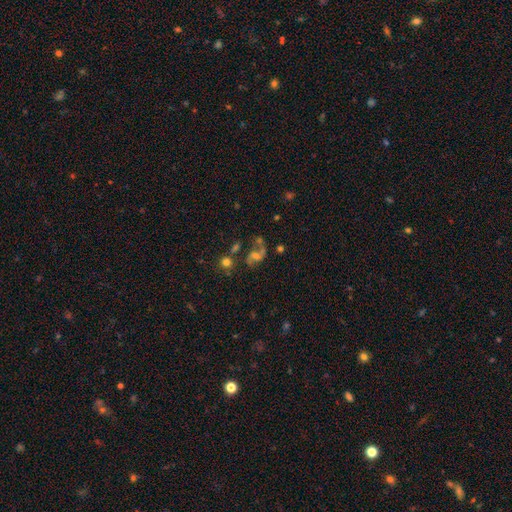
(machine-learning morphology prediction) type=featured or disk (70%); edge-on=no (97%); bar=no (50%); spiral arms=yes (90%); winding=loose (57%); arm count=2 (87%); bulge=moderate (47%); merging=none (51%).